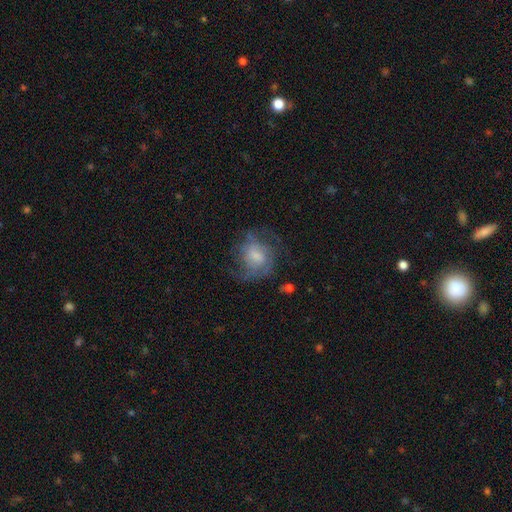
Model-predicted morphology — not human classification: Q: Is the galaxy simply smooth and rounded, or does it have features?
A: featured or disk — 59%.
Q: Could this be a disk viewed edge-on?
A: no — 97%.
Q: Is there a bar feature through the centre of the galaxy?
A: no — 56%.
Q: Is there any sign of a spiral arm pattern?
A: yes — 82%.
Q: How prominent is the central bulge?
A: moderate — 35%.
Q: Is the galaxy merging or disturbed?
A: none — 56%.